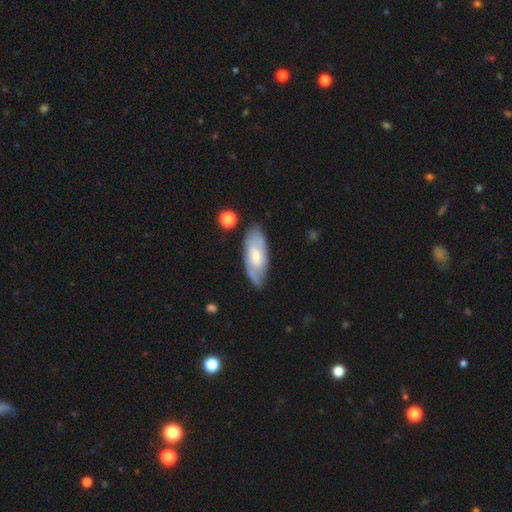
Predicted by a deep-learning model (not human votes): Q: Smooth or featured?
A: smooth (50%); runner-up: featured or disk (44%)
Q: How rounded?
A: in between (81%); runner-up: cigar-shaped (17%)
Q: Merging?
A: none (71%); runner-up: minor disturbance (21%)